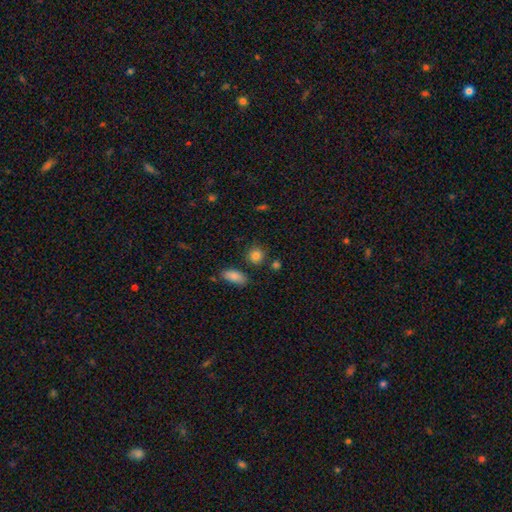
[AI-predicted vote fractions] A smooth galaxy with no disk features (84%) that is round (83%).

Vote fractions:
- Smooth or featured? smooth: 84% / star or artifact: 11% / featured or disk: 6%
- How rounded? round: 83% / in between: 16% / cigar-shaped: 2%
- Merging? none: 80% / minor disturbance: 11% / merger: 6% / major disturbance: 3%